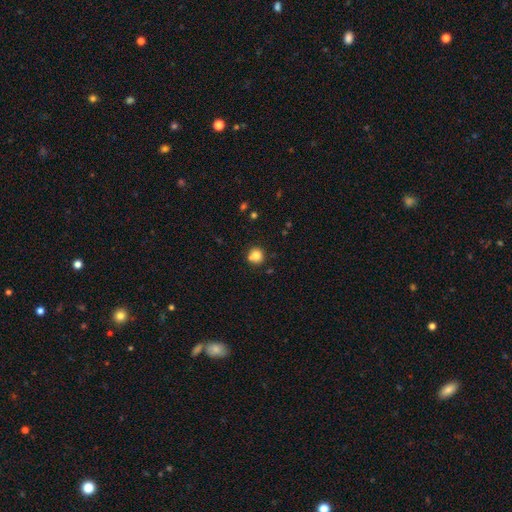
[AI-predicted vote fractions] smooth_or_featured: smooth (p=0.81) [alt: star or artifact p=0.11]
how_rounded: round (p=0.92) [alt: in between p=0.08]
merging: none (p=0.69) [alt: merger p=0.15]